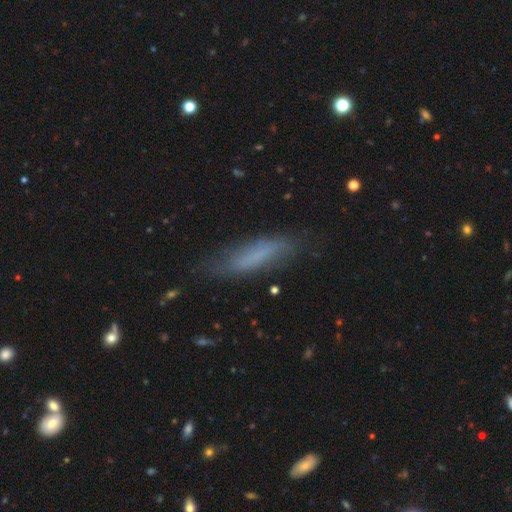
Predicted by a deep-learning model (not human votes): This is likely a smooth galaxy (64%). How rounded: likely cigar-shaped (70%). Merging: likely none (72%).